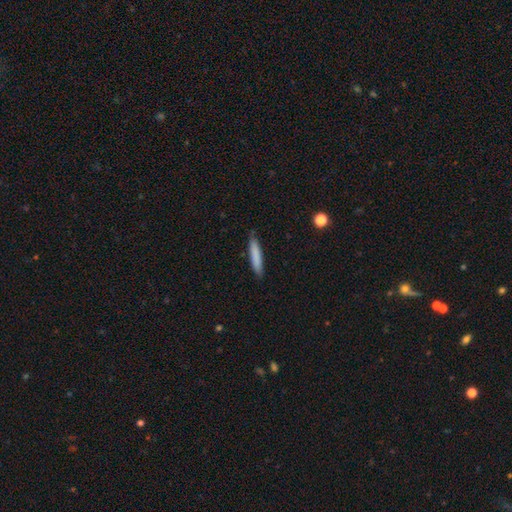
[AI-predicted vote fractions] Smooth or featured: smooth — 81% (featured or disk — 13%)
How rounded: cigar-shaped — 89% (in between — 10%)
Merging: none — 86% (minor disturbance — 11%)